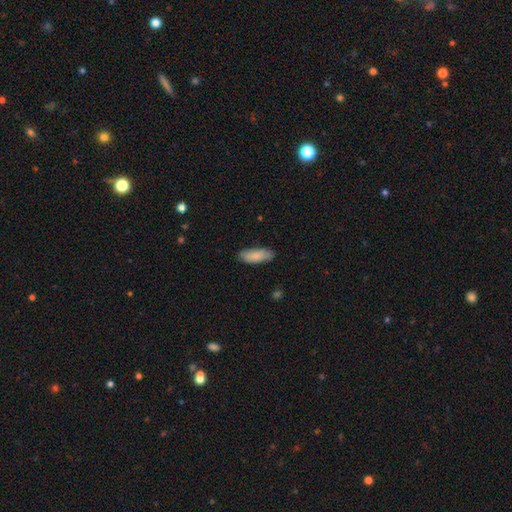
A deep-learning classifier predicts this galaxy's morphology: A smooth galaxy with no disk features (84%) that is in between round and cigar-shaped (73%).

Vote fractions:
- Smooth or featured? smooth: 84% / featured or disk: 10% / star or artifact: 5%
- How rounded? in between: 73% / cigar-shaped: 25% / round: 2%
- Merging? none: 82% / minor disturbance: 15% / major disturbance: 2% / merger: 1%